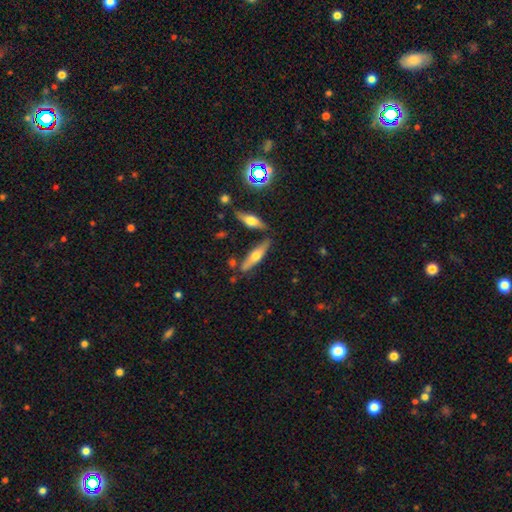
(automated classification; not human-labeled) Overall: featured or disk (52%; smooth 41%). Edge-on disk: yes (92%). Merging: none (75%).